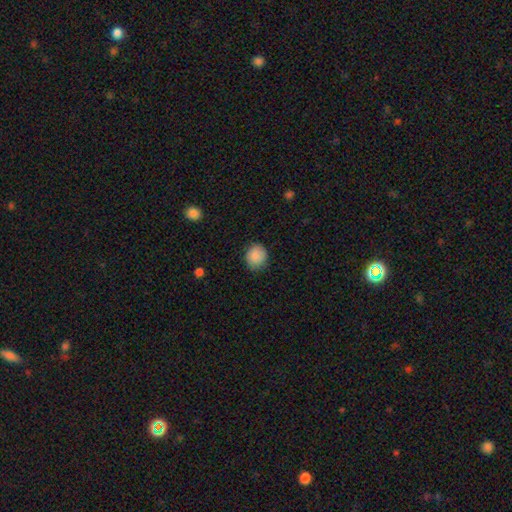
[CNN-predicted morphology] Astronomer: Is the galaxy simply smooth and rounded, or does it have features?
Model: smooth — 88%.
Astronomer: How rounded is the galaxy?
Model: round — 79%.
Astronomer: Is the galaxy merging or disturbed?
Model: none — 85%.